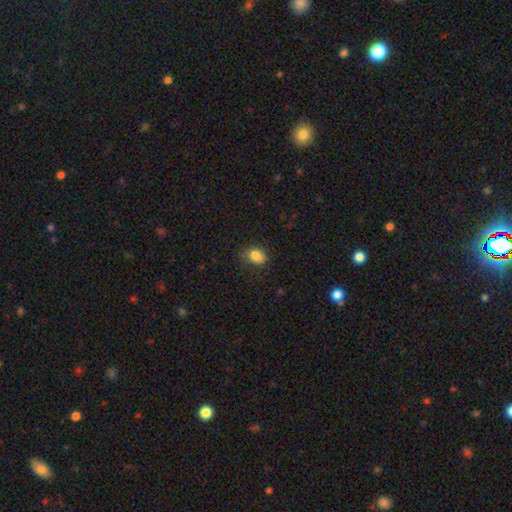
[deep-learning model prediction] Smooth or featured? smooth (85%)
How rounded? in between (71%)
Merging? none (71%)